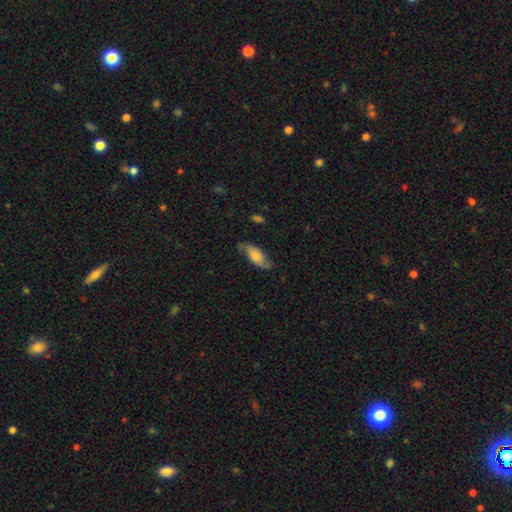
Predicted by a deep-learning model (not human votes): Smooth or featured: smooth — 50% (featured or disk — 43%)
Merging: none — 70% (minor disturbance — 22%)